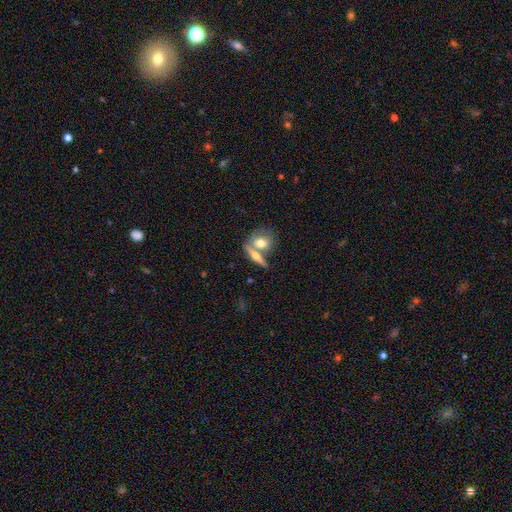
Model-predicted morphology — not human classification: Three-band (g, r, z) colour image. It shows a smooth galaxy with no disk features (49%). Merging: none (50%).